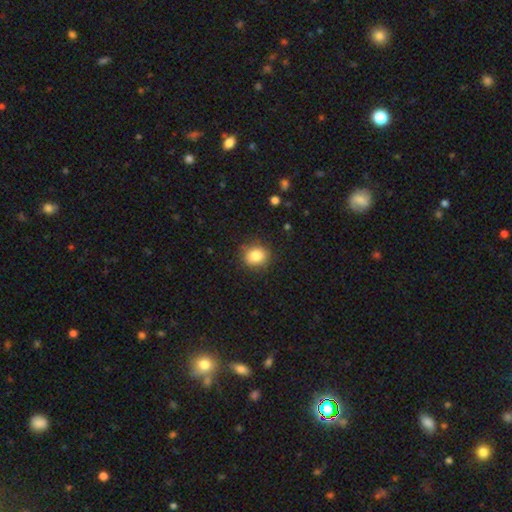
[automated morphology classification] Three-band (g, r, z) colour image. It shows a smooth galaxy with no disk features (84%) that is round (80%). Merging: none (86%).